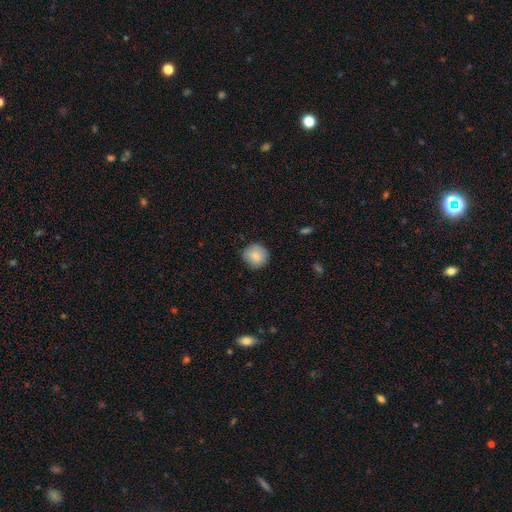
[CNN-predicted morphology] smooth-or-featured: smooth: 84% | featured or disk: 8% | star or artifact: 8%
  how-rounded: round: 89% | in between: 10% | cigar-shaped: 1%
  merging: none: 85% | minor disturbance: 12% | major disturbance: 3% | merger: 1%